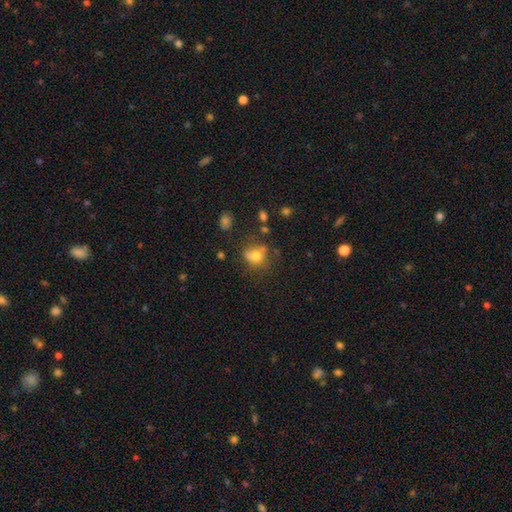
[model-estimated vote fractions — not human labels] A smooth galaxy with no disk features (70%) that is round (65%). Merging: none (50%).